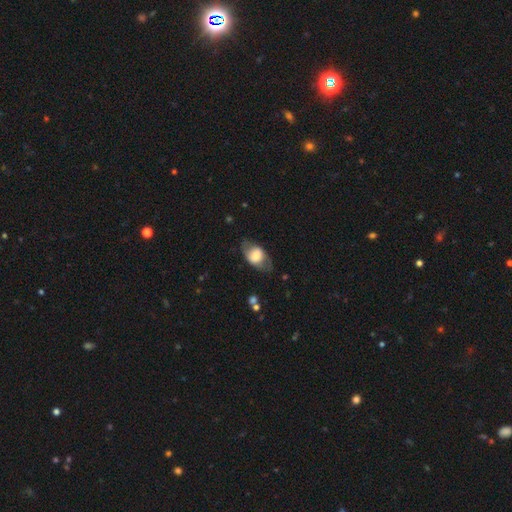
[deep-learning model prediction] Q: Smooth or featured?
A: smooth (55%); runner-up: featured or disk (38%)
Q: How rounded?
A: in between (80%); runner-up: round (17%)
Q: Merging?
A: none (65%); runner-up: minor disturbance (21%)